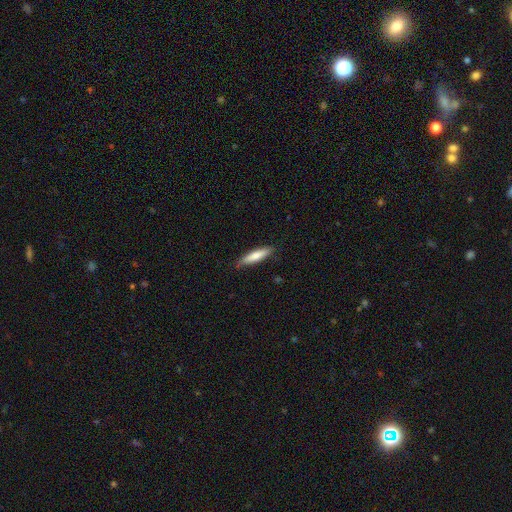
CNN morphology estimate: Smooth or featured? Predicted: smooth (p=0.75). How rounded? Predicted: cigar-shaped (p=0.79). Merging? Predicted: none (p=0.83).